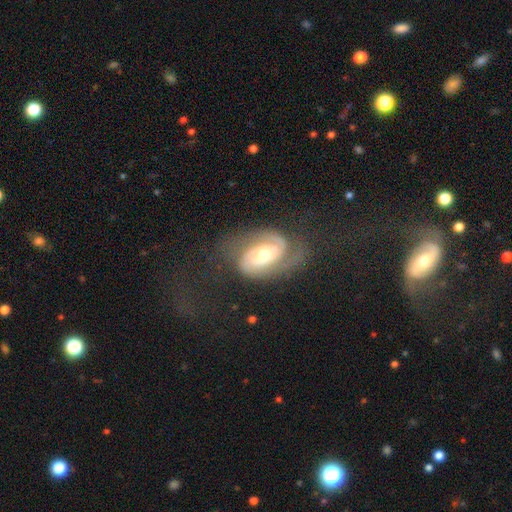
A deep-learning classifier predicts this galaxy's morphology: Q: Smooth or featured?
A: featured or disk (82%); runner-up: smooth (12%)
Q: Edge-on disk?
A: no (97%); runner-up: yes (3%)
Q: Bar?
A: no (49%); runner-up: weak (35%)
Q: Spiral arms?
A: yes (94%); runner-up: no (6%)
Q: Spiral winding?
A: medium (44%); runner-up: tight (36%)
Q: Spiral arm count?
A: 2 (76%); runner-up: 1 (11%)
Q: Bulge size?
A: moderate (65%); runner-up: small (24%)
Q: Merging?
A: none (55%); runner-up: major disturbance (21%)